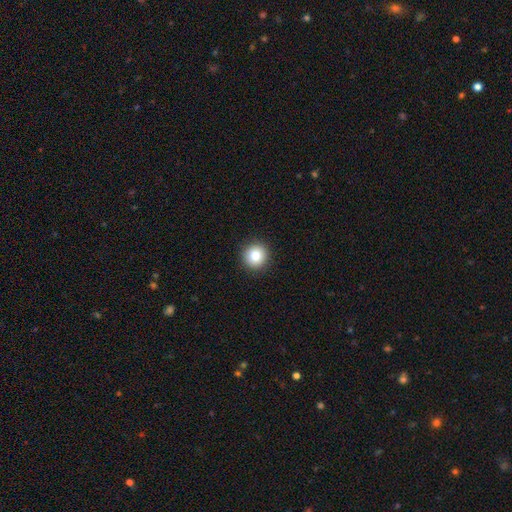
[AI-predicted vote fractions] Morphology: type=smooth (84%); roundness=round (94%); merging=none (92%).